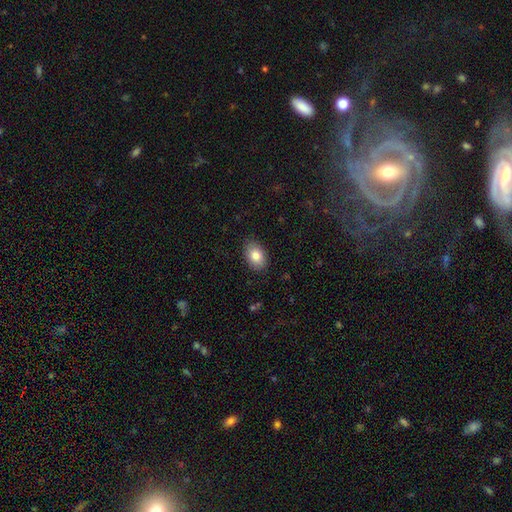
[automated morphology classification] type=smooth (83%); roundness=in between (86%); merging=none (87%).